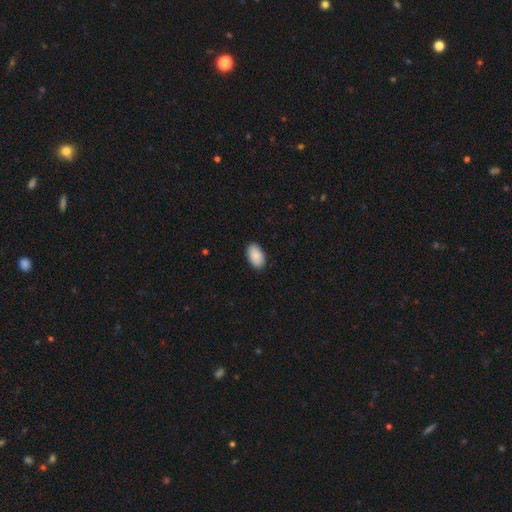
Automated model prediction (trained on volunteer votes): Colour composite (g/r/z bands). It shows a smooth galaxy with no disk features (91%) that is in between round and cigar-shaped (95%). Merging: none (89%).